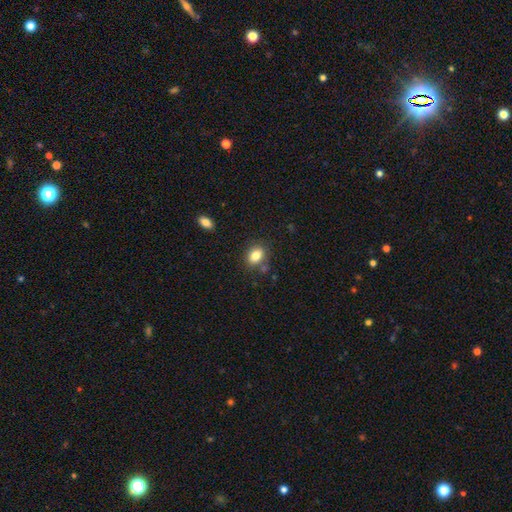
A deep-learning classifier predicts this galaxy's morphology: Overall: smooth (83%). How rounded: in between (70%). Merging: none (78%).